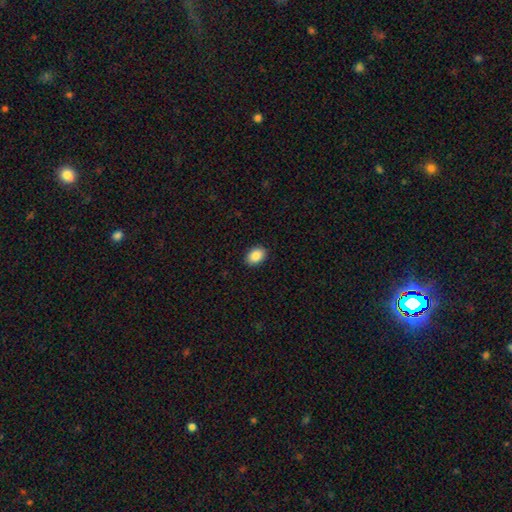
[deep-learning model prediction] Smooth or featured?
  - smooth: 88% *
  - star or artifact: 8%
  - featured or disk: 4%
How rounded?
  - in between: 78% *
  - round: 21%
  - cigar-shaped: 1%
Merging?
  - none: 90% *
  - minor disturbance: 7%
  - major disturbance: 2%
  - merger: 1%